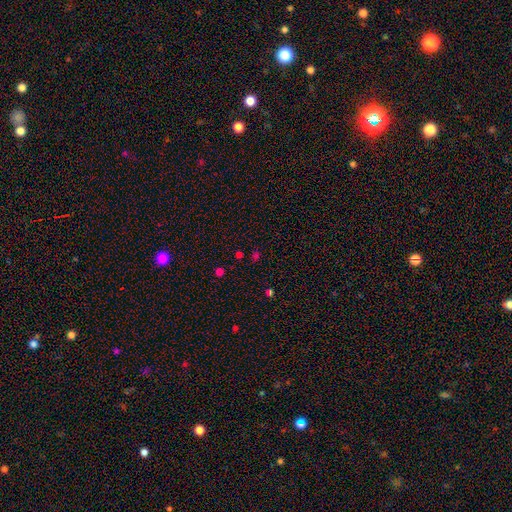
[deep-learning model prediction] smooth_or_featured: star or artifact (p=0.48) [alt: smooth p=0.46]